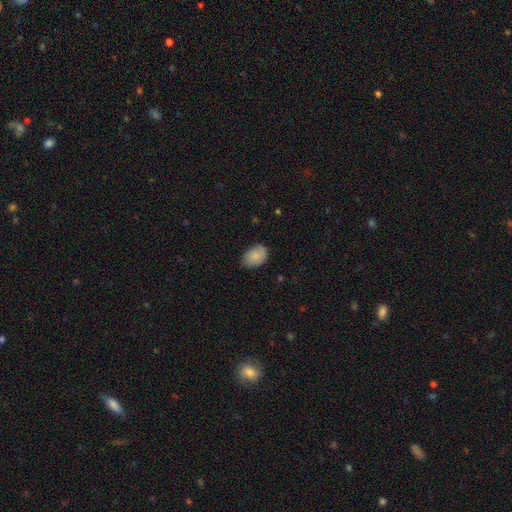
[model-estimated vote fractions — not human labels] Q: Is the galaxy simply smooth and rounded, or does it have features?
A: smooth — 82%.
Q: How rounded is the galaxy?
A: in between — 79%.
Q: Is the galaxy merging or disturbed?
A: none — 72%.